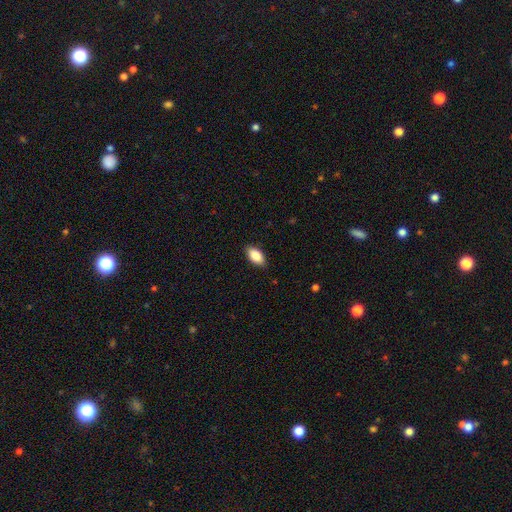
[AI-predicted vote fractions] This is clearly a smooth galaxy (85%). How rounded: clearly in between (92%). Merging: clearly none (87%).